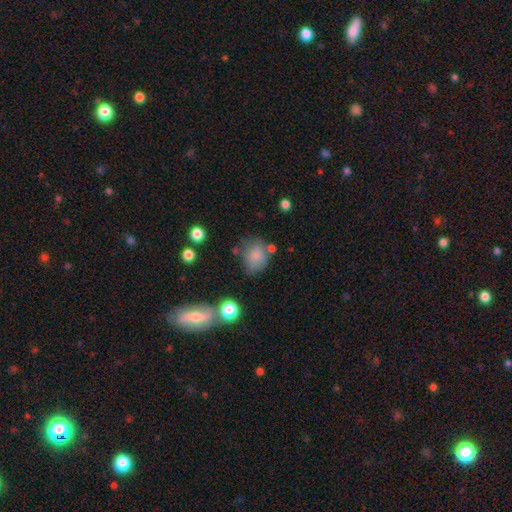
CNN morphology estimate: This is likely a smooth galaxy (80%). How rounded: possibly round (57%). Merging: possibly none (59%).